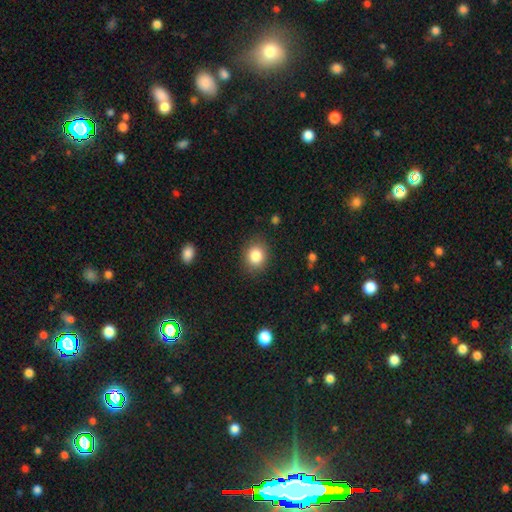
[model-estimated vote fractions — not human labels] This is clearly a smooth galaxy (85%). How rounded: likely round (62%). Merging: clearly none (85%).